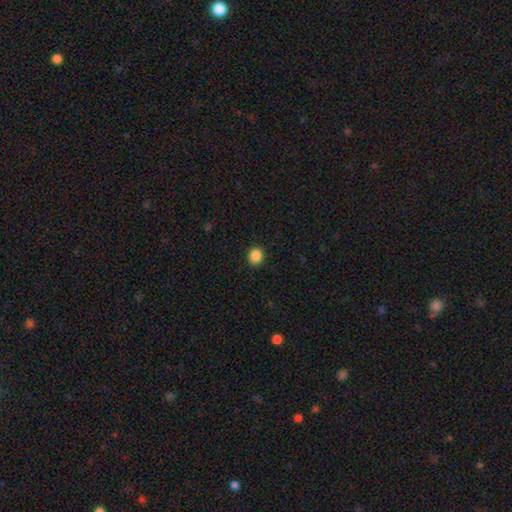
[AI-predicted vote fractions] Overall: smooth (87%). How rounded: round (73%). Merging: none (92%).